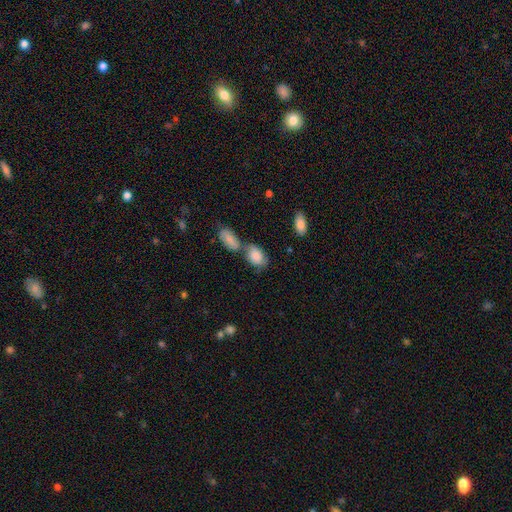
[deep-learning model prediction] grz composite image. It shows a smooth galaxy with no disk features (83%) that is in between round and cigar-shaped (87%). Merging: merger (43%).